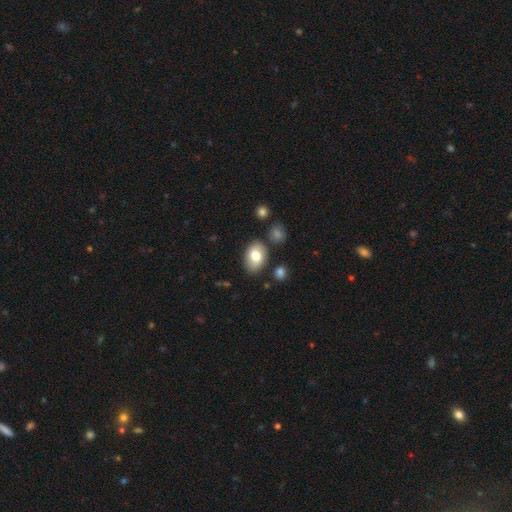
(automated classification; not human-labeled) Morphology: type=smooth (77%); roundness=in between (85%); merging=none (78%).